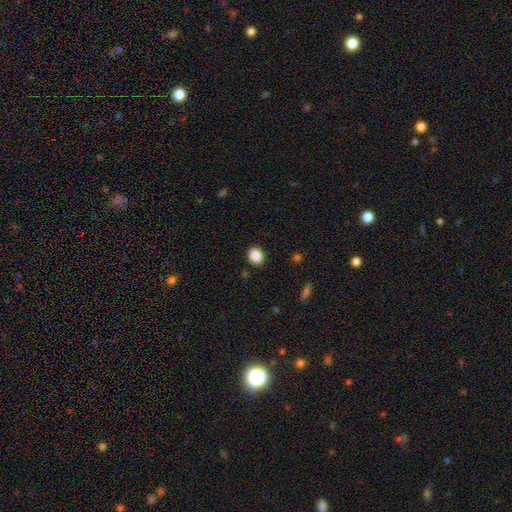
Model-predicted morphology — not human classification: smooth 88%, star or artifact 9%, featured or disk 4%. Down the decision tree: how rounded — in between (58%); merging — none (88%).